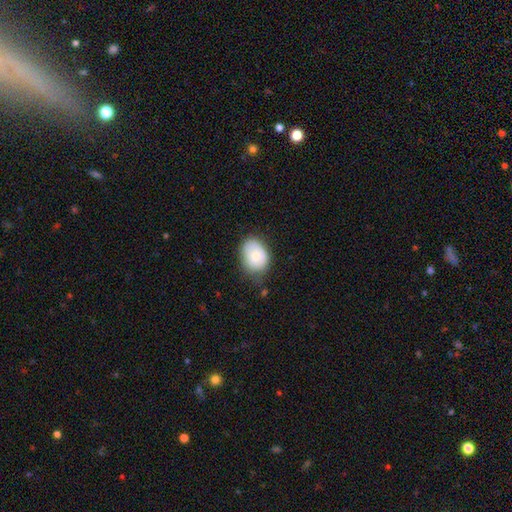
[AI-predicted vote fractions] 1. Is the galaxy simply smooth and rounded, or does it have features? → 72% smooth, 21% featured or disk, 7% star or artifact.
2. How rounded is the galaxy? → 73% in between, 26% round, 1% cigar-shaped.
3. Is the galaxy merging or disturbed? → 63% none, 29% minor disturbance, 7% major disturbance, 2% merger.